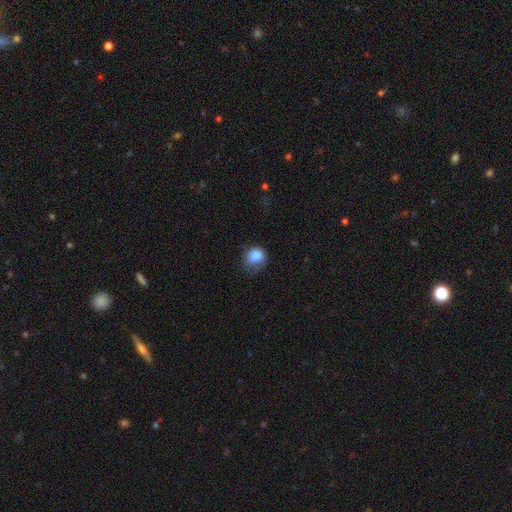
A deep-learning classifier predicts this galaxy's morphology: A smooth galaxy with no disk features (84%) that is round (64%). Merging: none (41%).